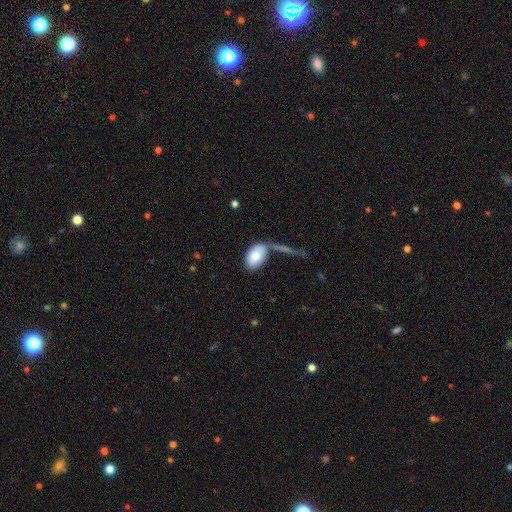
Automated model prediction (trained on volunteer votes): Morphology: type=smooth (79%); roundness=in between (92%); merging=none (50%).